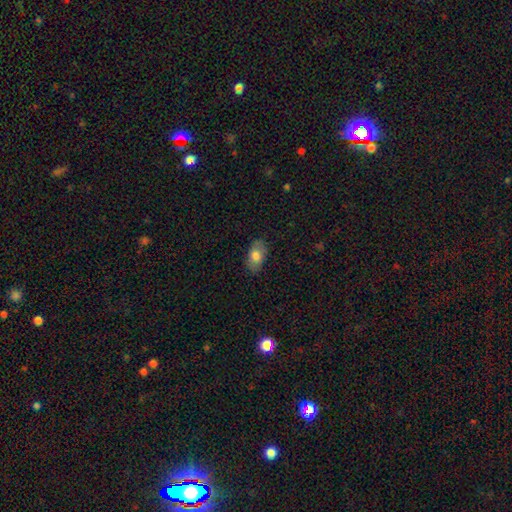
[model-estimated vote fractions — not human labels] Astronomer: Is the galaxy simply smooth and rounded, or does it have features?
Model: smooth — 77%.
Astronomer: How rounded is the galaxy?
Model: in between — 92%.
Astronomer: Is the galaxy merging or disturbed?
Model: none — 82%.